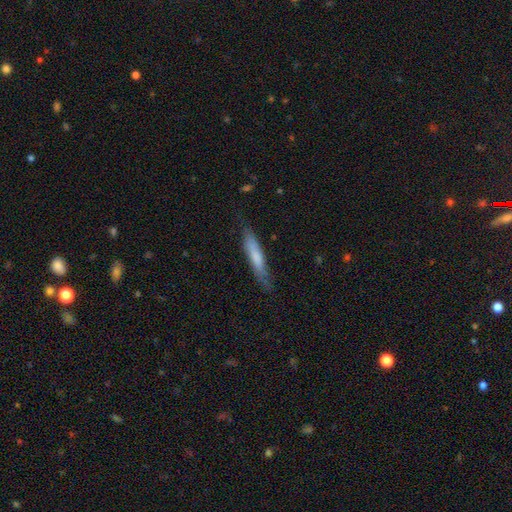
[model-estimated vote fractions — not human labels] A smooth galaxy with no disk features (65%) that is cigar-shaped (87%). Merging: none (73%).